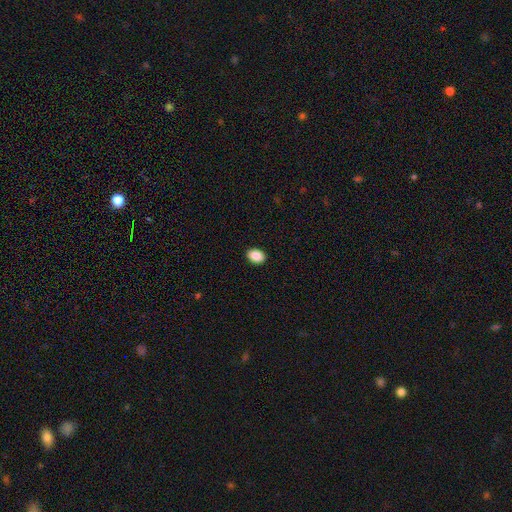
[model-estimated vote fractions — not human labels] Smooth or featured? smooth (90%)
How rounded? in between (77%)
Merging? none (91%)